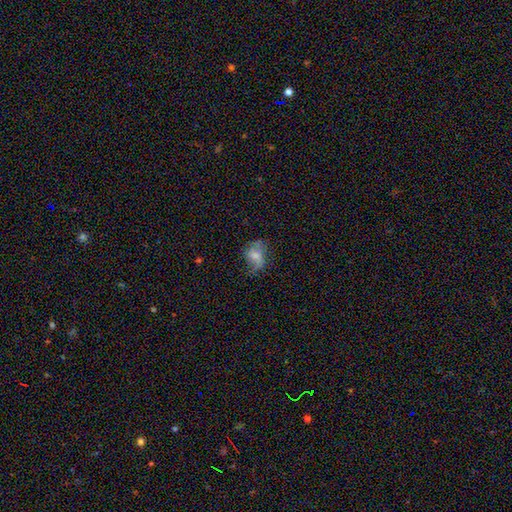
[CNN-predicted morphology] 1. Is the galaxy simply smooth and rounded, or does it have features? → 54% smooth, 35% featured or disk, 11% star or artifact.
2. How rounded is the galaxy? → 68% in between, 30% round, 2% cigar-shaped.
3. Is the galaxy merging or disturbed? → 40% none, 29% minor disturbance, 27% major disturbance, 3% merger.